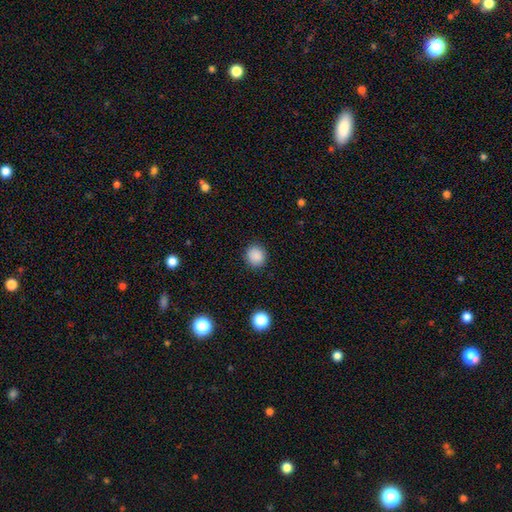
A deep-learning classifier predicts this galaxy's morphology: smooth 87%, star or artifact 10%, featured or disk 3%. Down the decision tree: how rounded — round (89%); merging — none (90%).